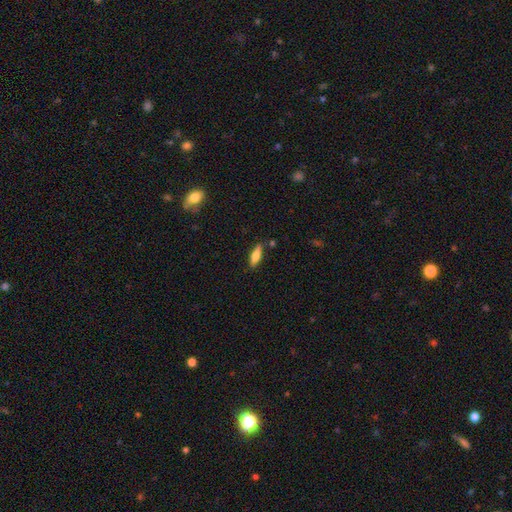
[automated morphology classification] Smooth or featured? Predicted: smooth (p=0.70). How rounded? Predicted: in between (p=0.50). Merging? Predicted: none (p=0.82).